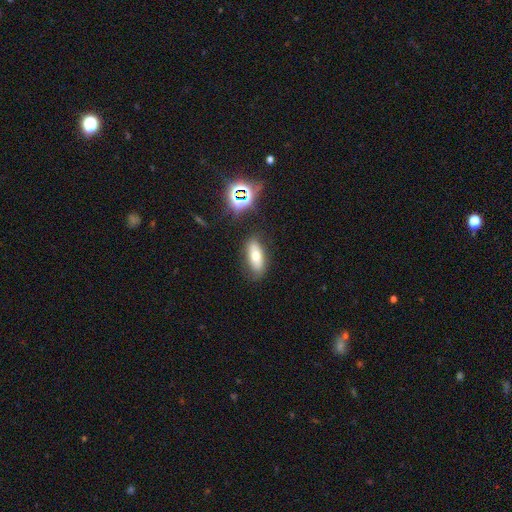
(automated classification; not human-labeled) smooth-or-featured: smooth: 64% | featured or disk: 23% | star or artifact: 13%
  how-rounded: in between: 76% | cigar-shaped: 19% | round: 4%
  merging: none: 80% | minor disturbance: 13% | major disturbance: 4% | merger: 3%